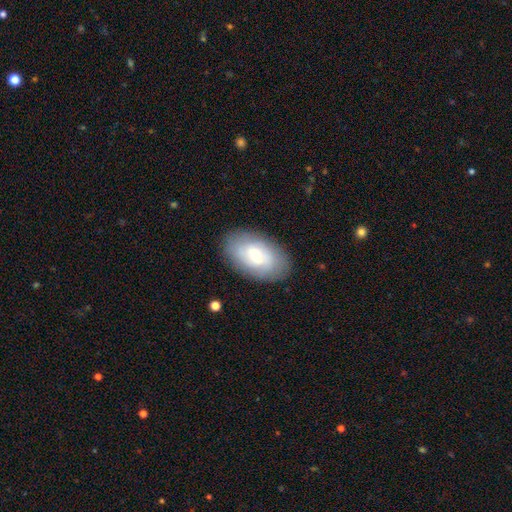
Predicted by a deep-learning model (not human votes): smooth 52%, featured or disk 41%, star or artifact 8%. Down the decision tree: how rounded — in between (91%); merging — none (84%).